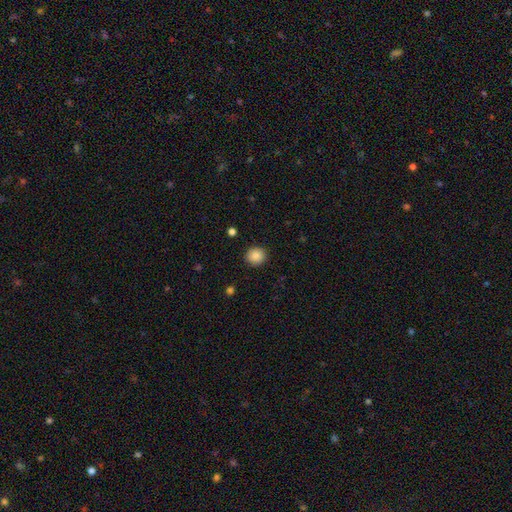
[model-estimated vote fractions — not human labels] Q: Smooth or featured?
A: smooth (88%); runner-up: star or artifact (9%)
Q: How rounded?
A: round (90%); runner-up: in between (9%)
Q: Merging?
A: none (91%); runner-up: minor disturbance (6%)